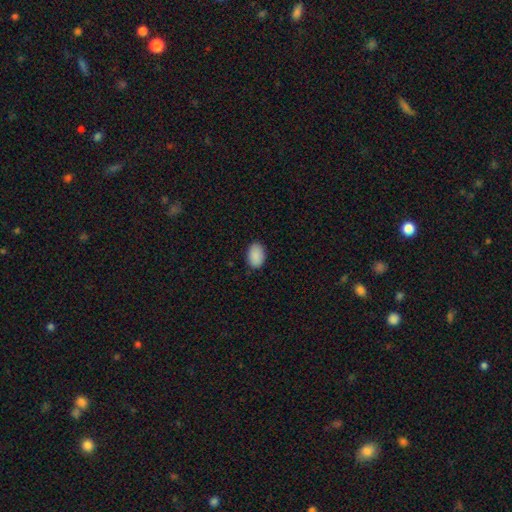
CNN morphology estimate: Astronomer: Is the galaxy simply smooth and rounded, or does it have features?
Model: smooth — 90%.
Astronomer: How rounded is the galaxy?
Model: in between — 86%.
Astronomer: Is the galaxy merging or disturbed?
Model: none — 86%.